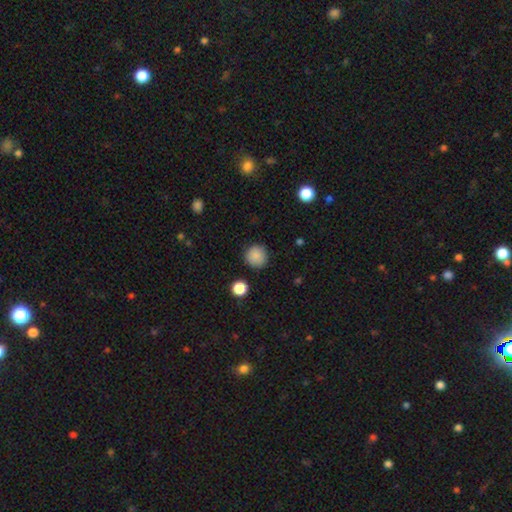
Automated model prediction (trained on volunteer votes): Smooth or featured: smooth — 86% (star or artifact — 10%)
How rounded: round — 94% (in between — 5%)
Merging: none — 89% (minor disturbance — 7%)